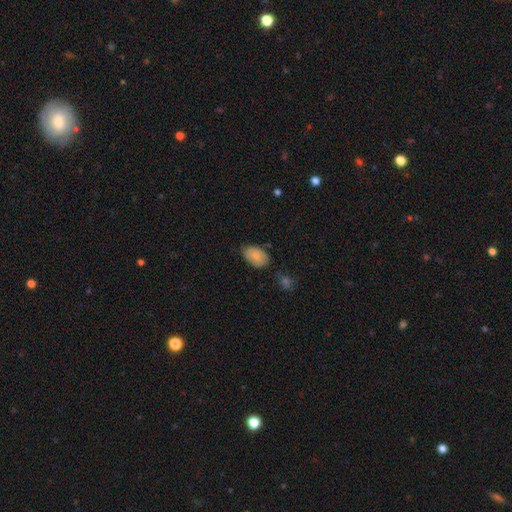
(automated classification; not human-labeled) Smooth or featured: smooth — 81% (featured or disk — 12%)
How rounded: in between — 89% (round — 10%)
Merging: none — 67% (minor disturbance — 26%)